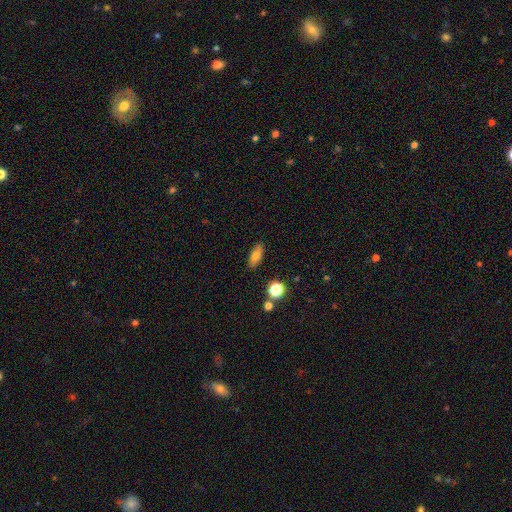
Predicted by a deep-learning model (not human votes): The model was most divided on "how rounded": in between: 74%, cigar-shaped: 20%, round: 6%. More confident: merging — none (86%); smooth or featured — smooth (75%).